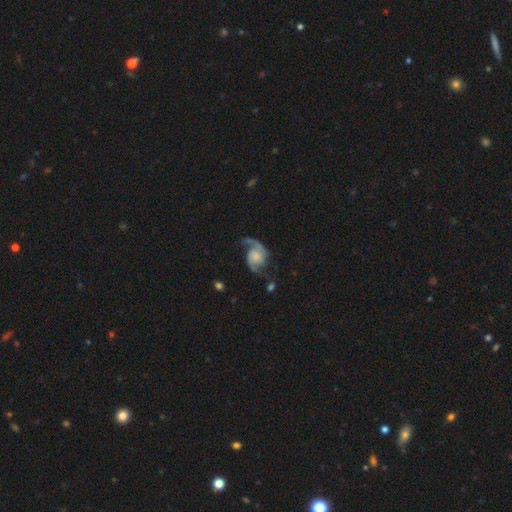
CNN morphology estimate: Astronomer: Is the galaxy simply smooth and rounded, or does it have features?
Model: featured or disk — 88%.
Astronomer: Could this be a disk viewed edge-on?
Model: no — 98%.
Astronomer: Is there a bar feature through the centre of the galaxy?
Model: no — 68%.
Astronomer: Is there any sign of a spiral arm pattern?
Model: yes — 97%.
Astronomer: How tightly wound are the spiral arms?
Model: medium — 46% (runner-up: loose, 42%).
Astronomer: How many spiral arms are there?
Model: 2 — 92%.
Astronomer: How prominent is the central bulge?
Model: none — 31% (runner-up: small, 30%).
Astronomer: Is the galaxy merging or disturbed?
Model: none — 66%.